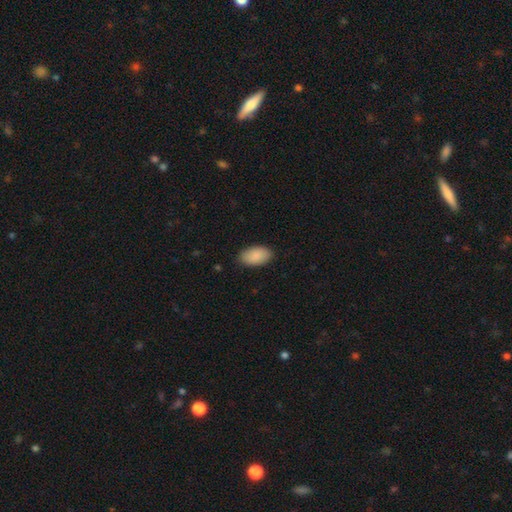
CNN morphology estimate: Q: Smooth or featured?
A: smooth (90%); runner-up: star or artifact (6%)
Q: How rounded?
A: in between (95%); runner-up: round (3%)
Q: Merging?
A: none (87%); runner-up: minor disturbance (10%)